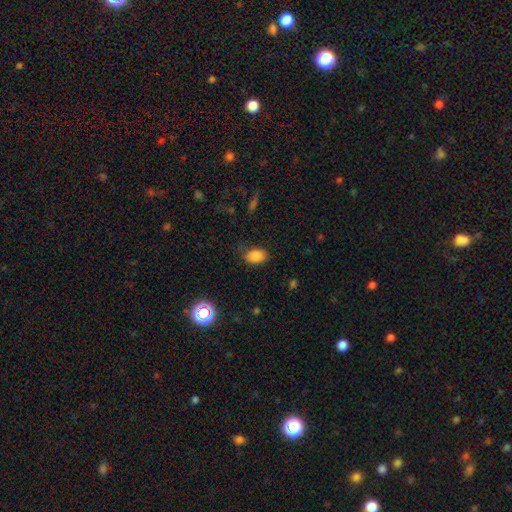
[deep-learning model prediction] Smooth or featured: smooth — 84% (star or artifact — 11%)
How rounded: in between — 81% (round — 18%)
Merging: none — 74% (minor disturbance — 20%)